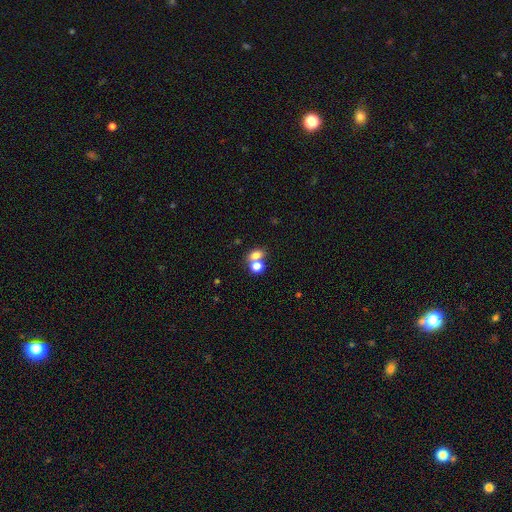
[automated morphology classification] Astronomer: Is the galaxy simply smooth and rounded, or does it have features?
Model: smooth — 74%.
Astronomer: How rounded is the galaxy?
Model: in between — 58% (runner-up: round, 40%).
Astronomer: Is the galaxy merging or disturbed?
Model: merger — 49% (runner-up: none, 39%).